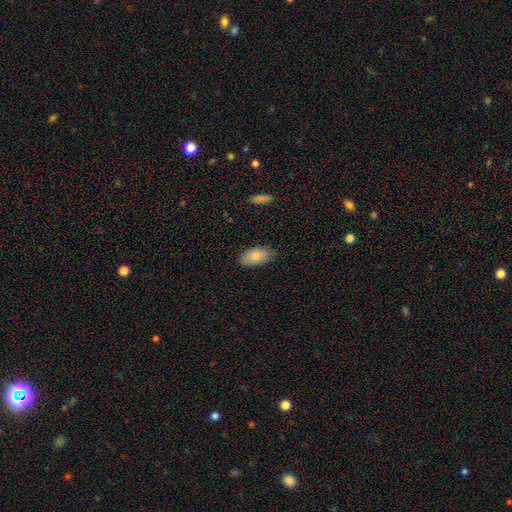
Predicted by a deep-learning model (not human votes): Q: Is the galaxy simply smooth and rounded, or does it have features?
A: smooth — 81%.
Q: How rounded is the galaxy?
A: in between — 94%.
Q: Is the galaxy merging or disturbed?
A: none — 82%.